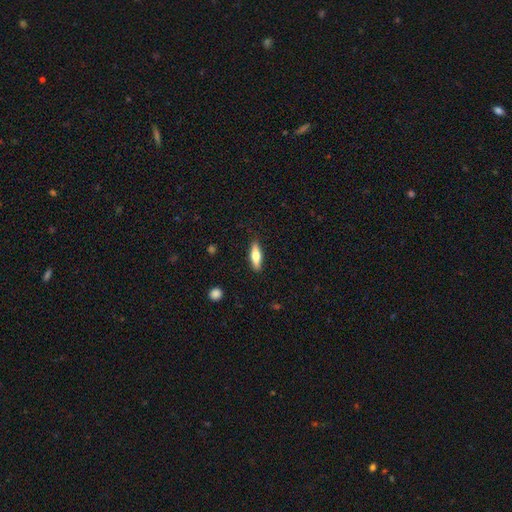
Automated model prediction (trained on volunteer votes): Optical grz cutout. It shows a smooth galaxy with no disk features (61%) that is cigar-shaped (57%). Merging: none (88%).